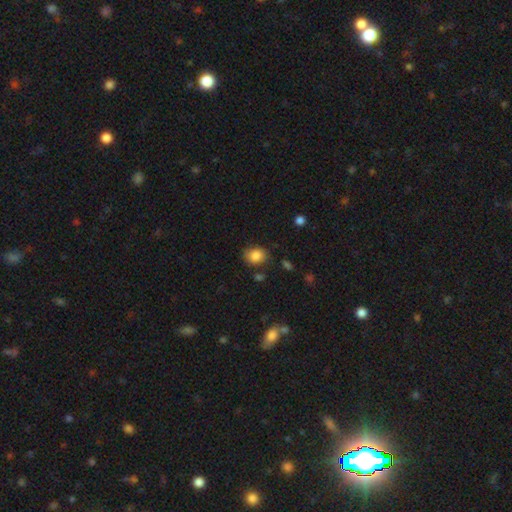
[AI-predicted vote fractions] smooth 85%, star or artifact 9%, featured or disk 6%. Down the decision tree: how rounded — in between (51%); merging — none (74%).